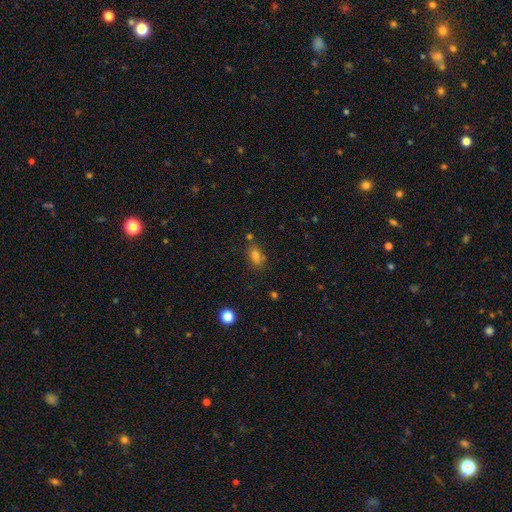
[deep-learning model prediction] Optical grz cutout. It shows a smooth galaxy with no disk features (73%) that is in between round and cigar-shaped (73%). Merging: none (63%).